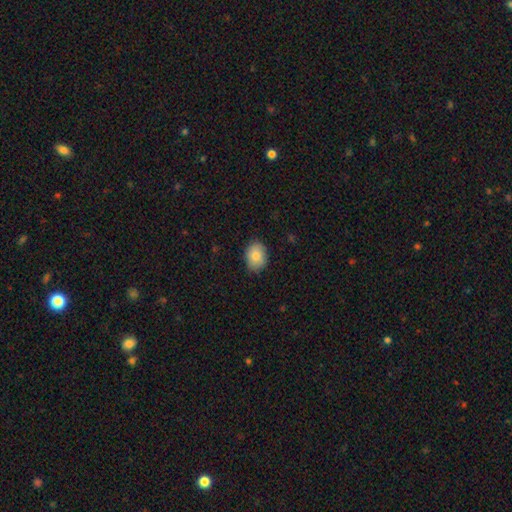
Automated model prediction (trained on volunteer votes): smooth_or_featured: smooth (p=0.84) [alt: featured or disk p=0.09]
how_rounded: in between (p=0.62) [alt: round p=0.37]
merging: none (p=0.81) [alt: minor disturbance p=0.16]